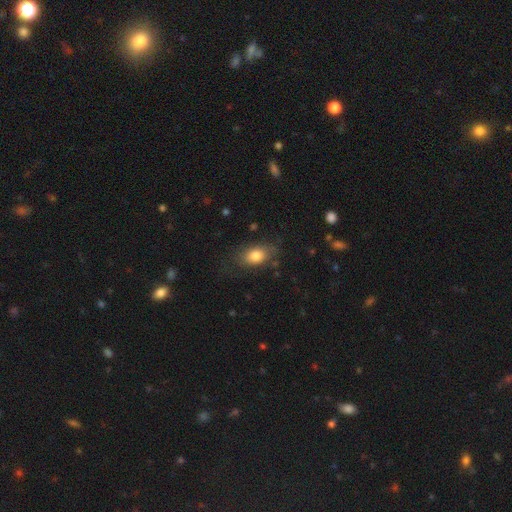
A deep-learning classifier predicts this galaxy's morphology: A smooth galaxy with no disk features (80%) that is in between round and cigar-shaped (85%). Merging: none (73%).